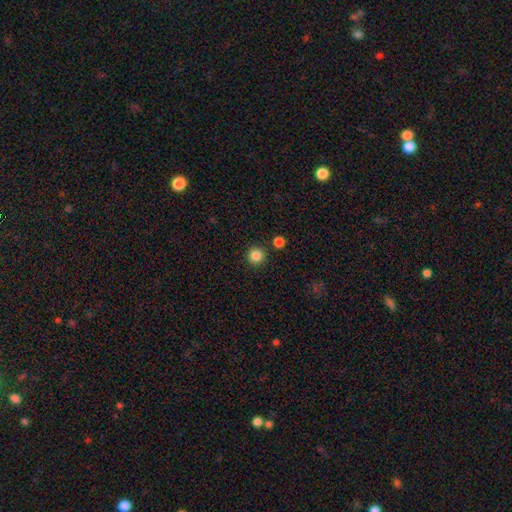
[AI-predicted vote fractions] This appears to be a smooth galaxy with no disk features (85%) that is round (95%). Merging: none (89%).